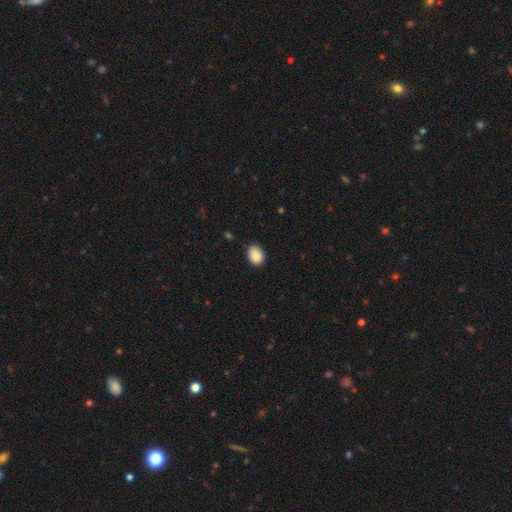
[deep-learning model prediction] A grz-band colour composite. It shows a smooth galaxy with no disk features (89%) that is in between round and cigar-shaped (71%). Merging: none (82%).